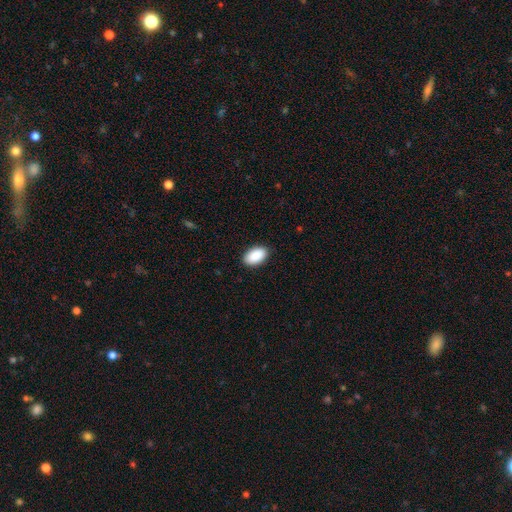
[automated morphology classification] A smooth galaxy with no disk features (91%) that is in between round and cigar-shaped (95%).

Vote fractions:
- Smooth or featured? smooth: 91% / star or artifact: 6% / featured or disk: 3%
- How rounded? in between: 95% / round: 4% / cigar-shaped: 1%
- Merging? none: 88% / minor disturbance: 9% / major disturbance: 2% / merger: 1%